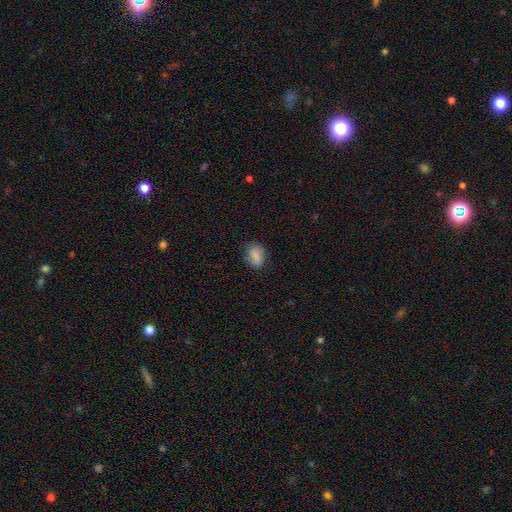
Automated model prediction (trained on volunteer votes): This appears to be a smooth galaxy with no disk features (83%) that is in between round and cigar-shaped (73%). Merging: none (74%).